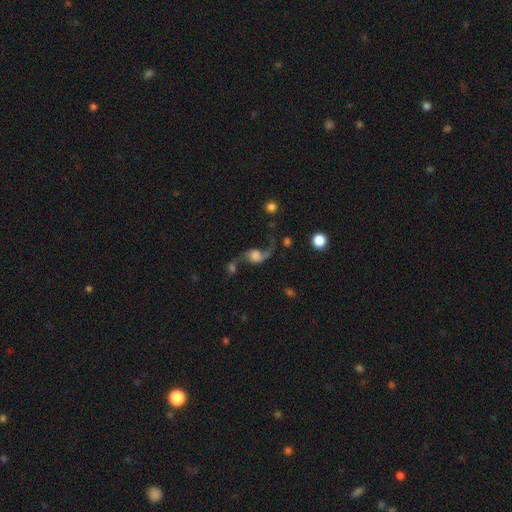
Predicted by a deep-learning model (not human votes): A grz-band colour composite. It shows a featured or disk galaxy (76%) with no bar (64%), 2 (88%) loose (91%) spiral arms (94%) and a large central bulge (35%). Merging: none (46%).